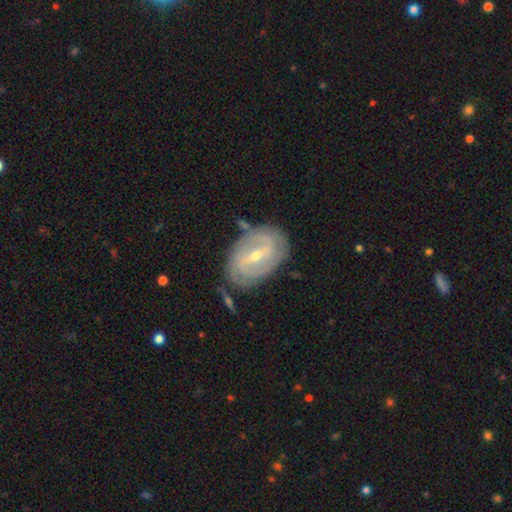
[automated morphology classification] Smooth or featured: featured or disk — 84% (smooth — 11%)
Edge-on disk: no — 95% (yes — 5%)
Bar: weak — 46% (strong — 42%)
Spiral arms: yes — 90% (no — 10%)
Spiral winding: tight — 60% (medium — 30%)
Spiral arm count: 2 — 55% (can't tell — 23%)
Bulge size: small — 51% (moderate — 47%)
Merging: none — 72% (minor disturbance — 19%)